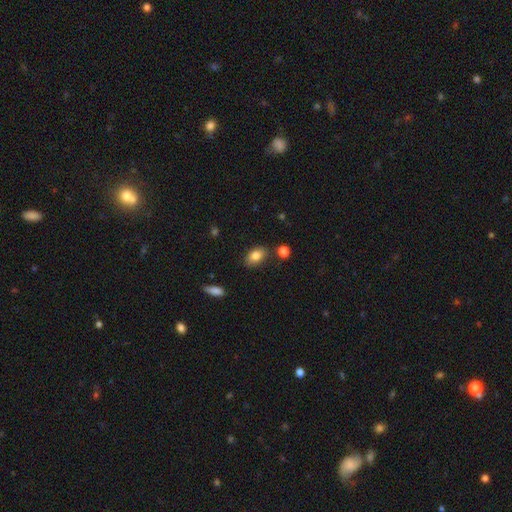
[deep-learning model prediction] smooth 83%, featured or disk 9%, star or artifact 8%. Down the decision tree: how rounded — in between (88%); merging — none (78%).